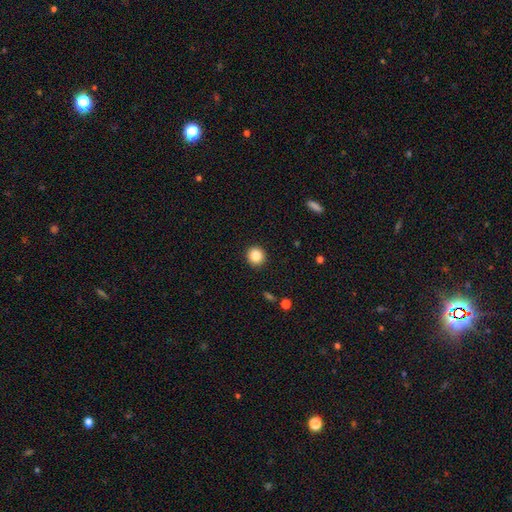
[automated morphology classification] The model was most divided on "smooth or featured": smooth: 85%, star or artifact: 10%, featured or disk: 5%. More confident: how rounded — round (93%); merging — none (92%).